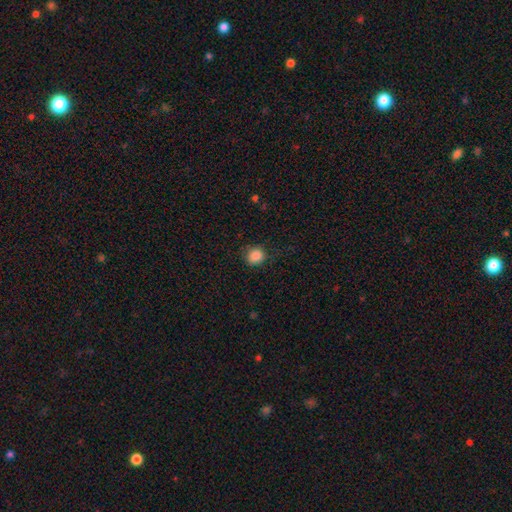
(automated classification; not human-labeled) The model was most divided on "merging": none: 80%, minor disturbance: 15%, major disturbance: 4%, merger: 1%. More confident: smooth or featured — smooth (86%); how rounded — round (83%).